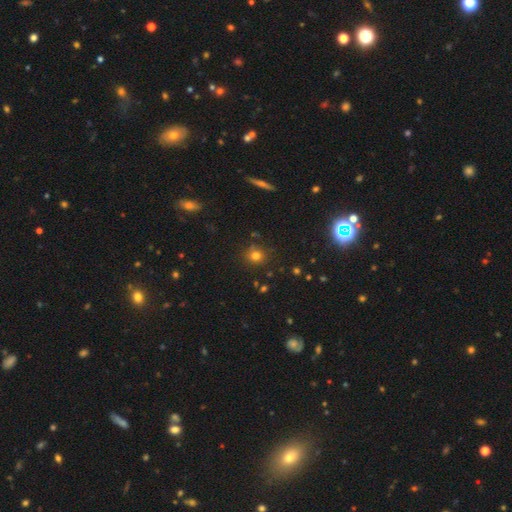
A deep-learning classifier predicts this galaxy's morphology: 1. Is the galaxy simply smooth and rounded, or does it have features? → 75% smooth, 17% star or artifact, 7% featured or disk.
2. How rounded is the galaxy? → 87% round, 12% in between, 1% cigar-shaped.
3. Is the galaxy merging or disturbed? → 84% none, 10% minor disturbance, 3% merger, 3% major disturbance.